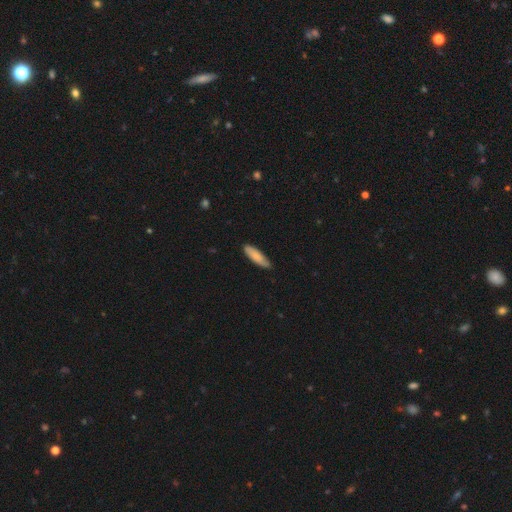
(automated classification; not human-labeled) Smooth or featured? smooth (83%)
How rounded? cigar-shaped (58%)
Merging? none (82%)